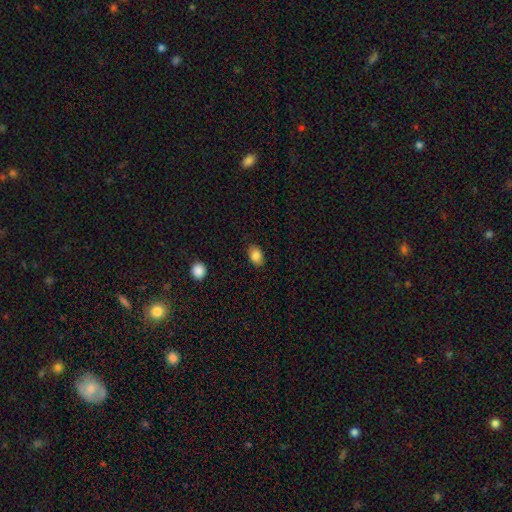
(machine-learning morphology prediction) smooth-or-featured: smooth: 86% | star or artifact: 8% | featured or disk: 6%
  how-rounded: in between: 85% | round: 14% | cigar-shaped: 1%
  merging: none: 83% | minor disturbance: 13% | major disturbance: 3% | merger: 1%